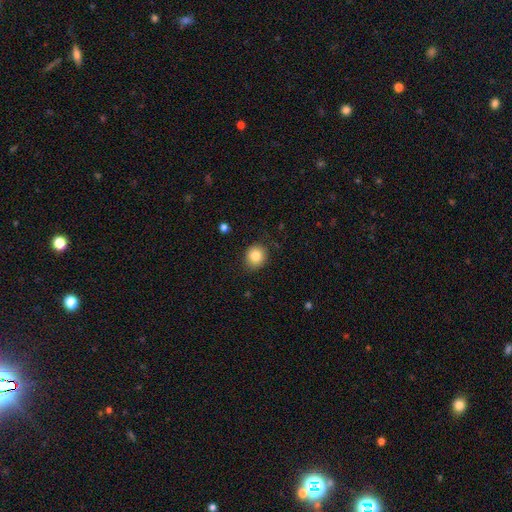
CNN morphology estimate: A smooth galaxy with no disk features (83%) that is round (79%). Merging: none (87%).